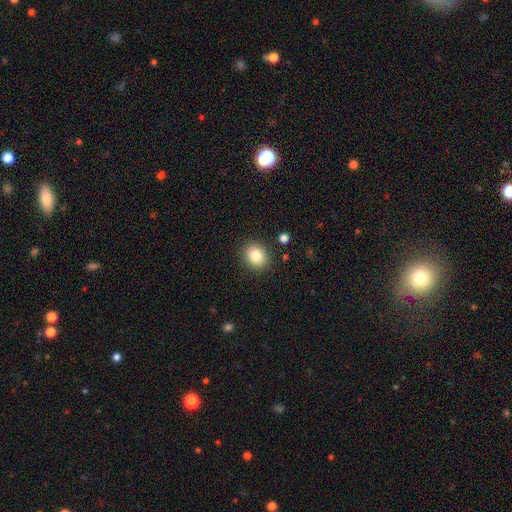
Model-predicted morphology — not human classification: Overall: smooth (83%). How rounded: round (68%; in between 31%). Merging: none (89%).